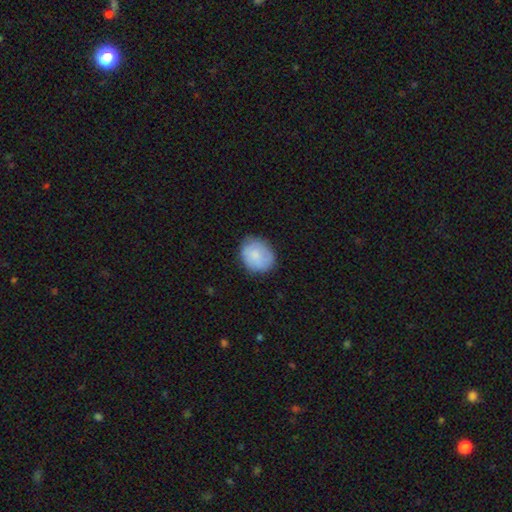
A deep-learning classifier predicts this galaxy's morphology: A smooth galaxy with no disk features (80%) that is round (68%). Merging: none (76%).